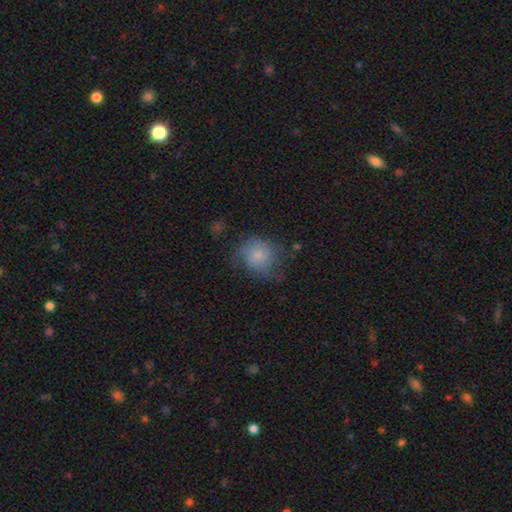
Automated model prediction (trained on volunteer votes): Overall: smooth (52%; featured or disk 33%). How rounded: round (77%). Merging: none (60%; minor disturbance 25%).